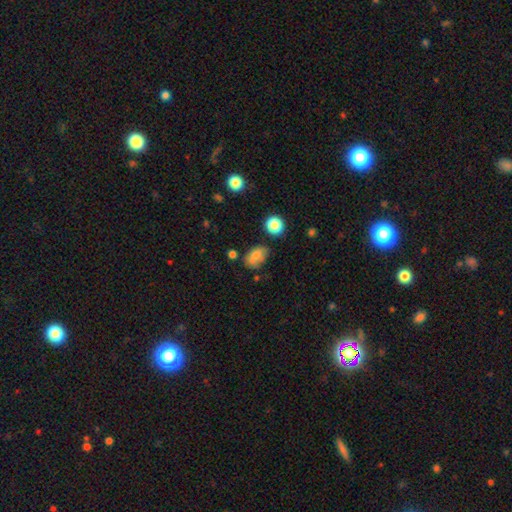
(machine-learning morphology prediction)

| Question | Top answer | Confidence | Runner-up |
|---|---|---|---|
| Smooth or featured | smooth | 76% | featured or disk (14%) |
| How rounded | in between | 82% | round (16%) |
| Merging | none | 55% | minor disturbance (28%) |